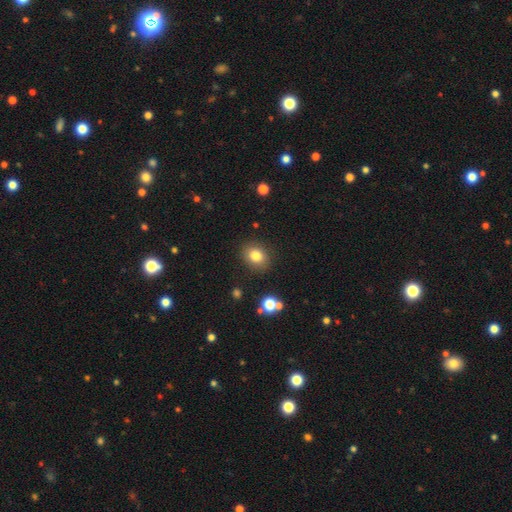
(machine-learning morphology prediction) smooth 81%, star or artifact 11%, featured or disk 8%. Down the decision tree: how rounded — round (58%); merging — none (86%).